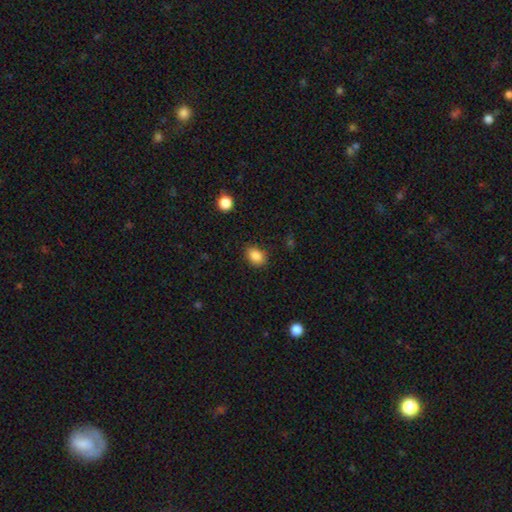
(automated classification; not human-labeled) Smooth or featured? smooth (87%)
How rounded? in between (71%)
Merging? none (83%)